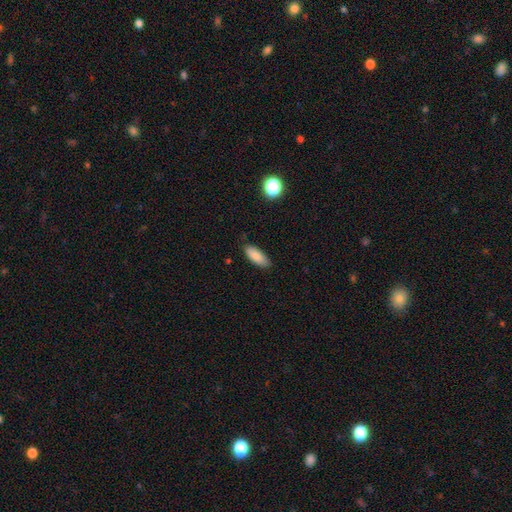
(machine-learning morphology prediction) Smooth or featured: smooth — 85% (featured or disk — 8%)
How rounded: in between — 78% (cigar-shaped — 20%)
Merging: none — 83% (minor disturbance — 14%)